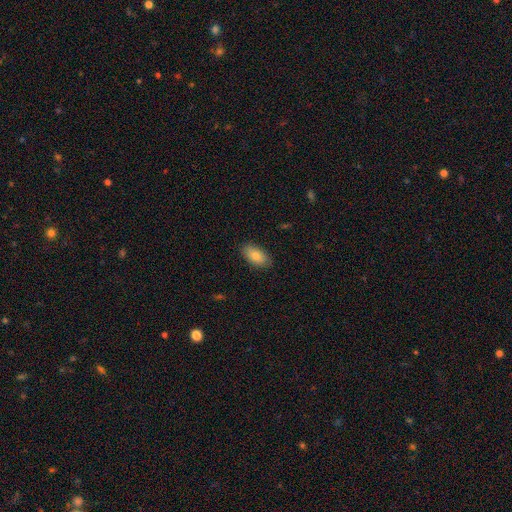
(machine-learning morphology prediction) smooth_or_featured: smooth (p=0.80) [alt: featured or disk p=0.13]
how_rounded: in between (p=0.92) [alt: round p=0.04]
merging: none (p=0.86) [alt: minor disturbance p=0.11]